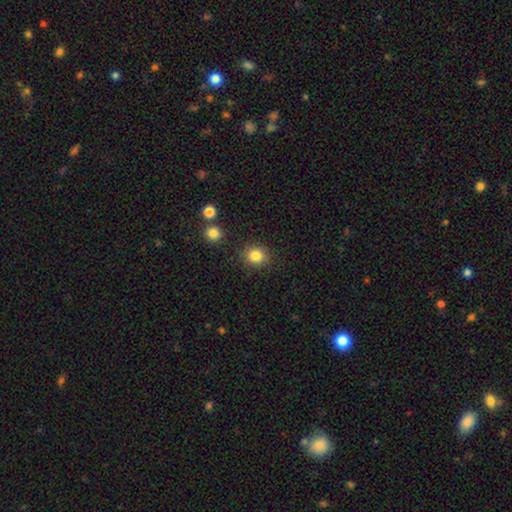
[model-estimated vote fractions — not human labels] Smooth or featured? smooth (84%)
How rounded? round (79%)
Merging? none (86%)